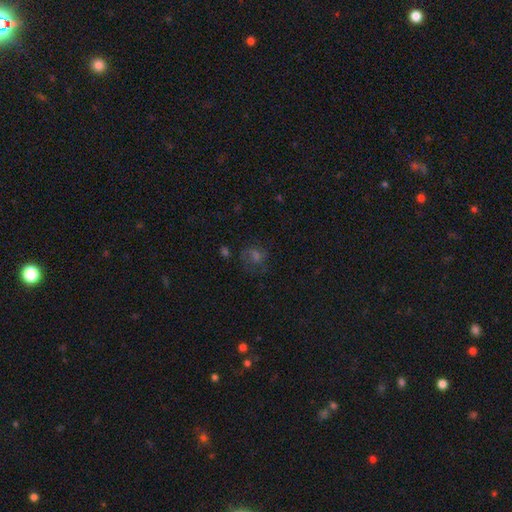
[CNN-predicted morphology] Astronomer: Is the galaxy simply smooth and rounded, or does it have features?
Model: smooth — 35% (runner-up: star or artifact, 34%).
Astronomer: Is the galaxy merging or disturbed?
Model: none — 58%.